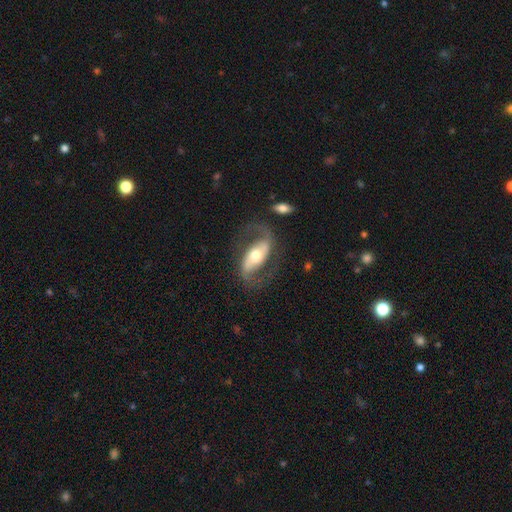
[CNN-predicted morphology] This is clearly a featured or disk galaxy (83%). It is clearly not viewed edge-on (94%). Bar: marginally strong (40%). Spiral arm pattern: clearly yes (93%). Spiral arm count: clearly 2 (92%). Spiral winding: possibly loose (52%). Central bulge: likely moderate (69%). Merging: likely none (72%).